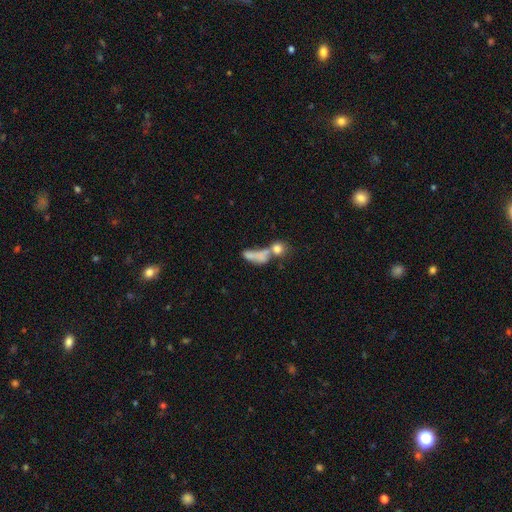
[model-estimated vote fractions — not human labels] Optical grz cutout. It shows a smooth galaxy with no disk features (61%) that is in between round and cigar-shaped (57%). Merging: merger (53%).